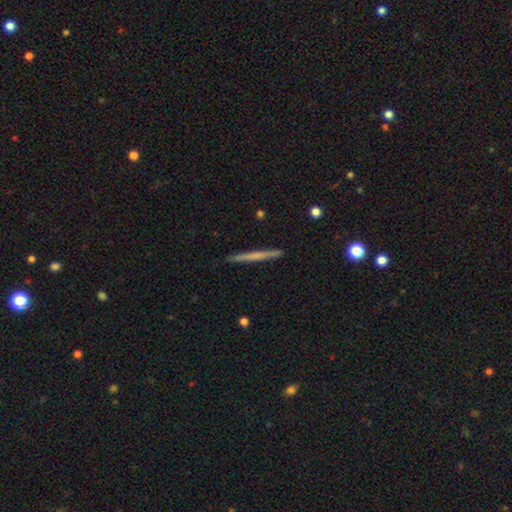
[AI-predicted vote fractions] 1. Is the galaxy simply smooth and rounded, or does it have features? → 51% smooth, 44% featured or disk, 6% star or artifact.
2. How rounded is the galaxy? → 96% cigar-shaped, 2% in between, 2% round.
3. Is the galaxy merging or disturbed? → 92% none, 6% minor disturbance, 1% major disturbance, 1% merger.